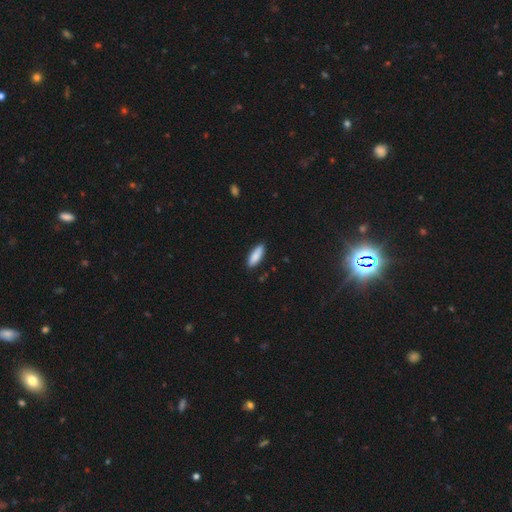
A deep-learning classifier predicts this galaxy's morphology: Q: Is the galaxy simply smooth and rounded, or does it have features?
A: smooth — 88%.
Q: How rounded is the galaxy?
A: in between — 60%.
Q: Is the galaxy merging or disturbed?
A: none — 87%.